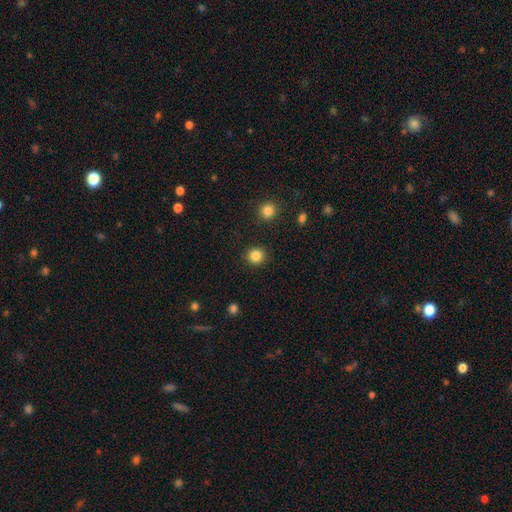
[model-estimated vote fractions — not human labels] Overall: smooth (86%). How rounded: round (92%). Merging: none (91%).